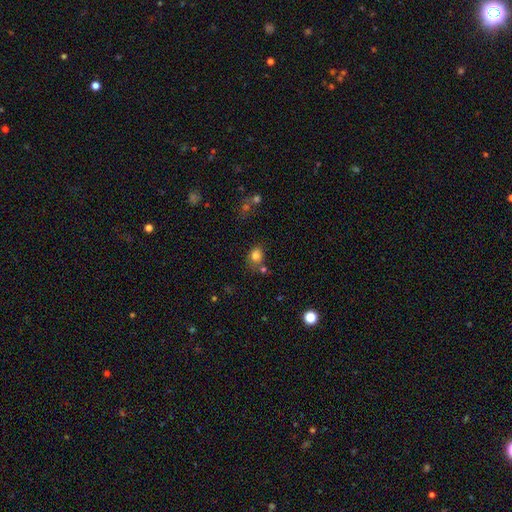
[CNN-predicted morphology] Smooth or featured? smooth (80%)
How rounded? round (57%)
Merging? none (59%)